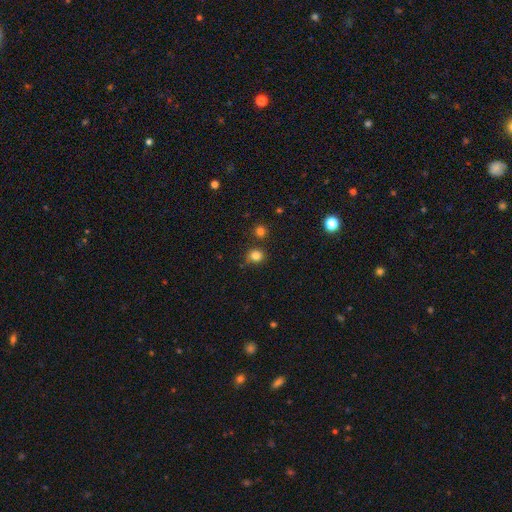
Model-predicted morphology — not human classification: Smooth or featured: smooth — 82% (star or artifact — 13%)
How rounded: round — 79% (in between — 20%)
Merging: none — 80% (minor disturbance — 11%)